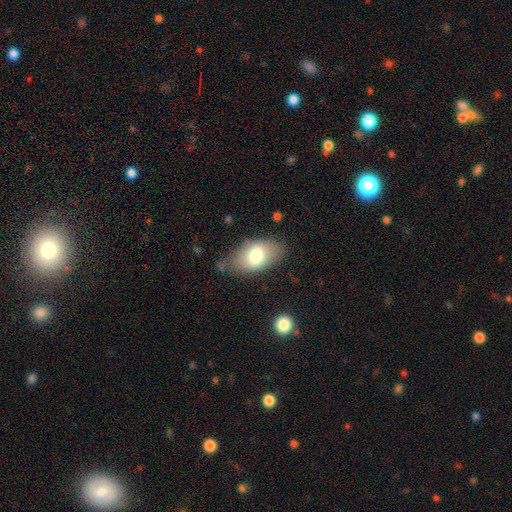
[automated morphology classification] smooth_or_featured: smooth (p=0.73) [alt: featured or disk p=0.20]
how_rounded: in between (p=0.92) [alt: round p=0.06]
merging: none (p=0.63) [alt: minor disturbance p=0.25]